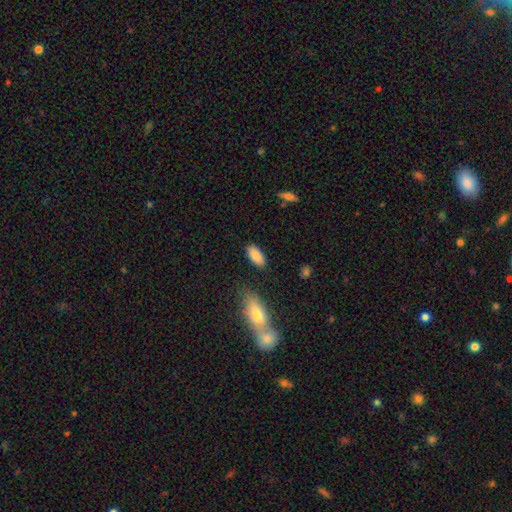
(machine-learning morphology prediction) Smooth or featured? smooth (85%)
How rounded? in between (91%)
Merging? none (84%)